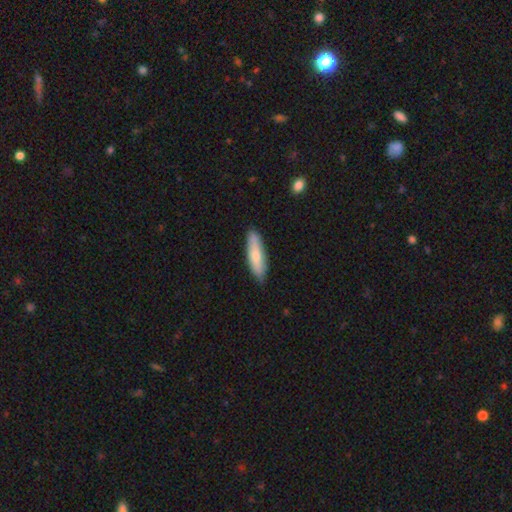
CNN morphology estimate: smooth 67%, featured or disk 27%, star or artifact 5%. Down the decision tree: how rounded — cigar-shaped (61%); merging — none (83%).